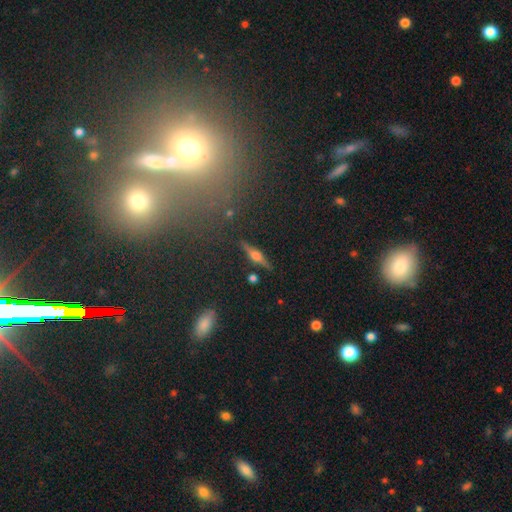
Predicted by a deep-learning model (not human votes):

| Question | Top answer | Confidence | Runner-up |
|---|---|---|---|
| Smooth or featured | featured or disk | 74% | smooth (18%) |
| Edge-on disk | yes | 97% | no (3%) |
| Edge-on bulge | rounded | 93% | boxy (5%) |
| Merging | none | 88% | minor disturbance (8%) |